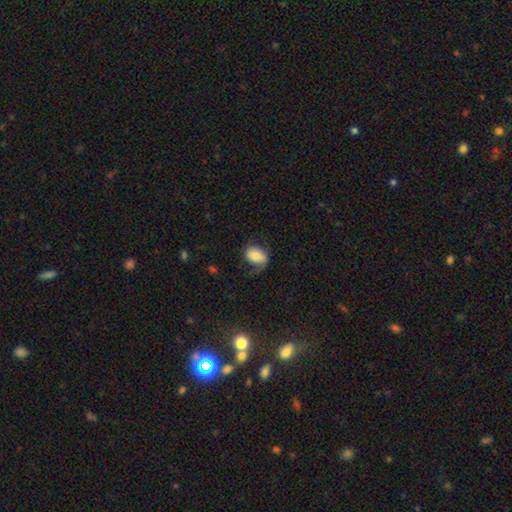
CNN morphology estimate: A smooth galaxy with no disk features (71%) that is in between round and cigar-shaped (79%).

Vote fractions:
- Smooth or featured? smooth: 71% / featured or disk: 21% / star or artifact: 8%
- How rounded? in between: 79% / round: 19% / cigar-shaped: 1%
- Merging? none: 50% / minor disturbance: 29% / major disturbance: 19% / merger: 2%